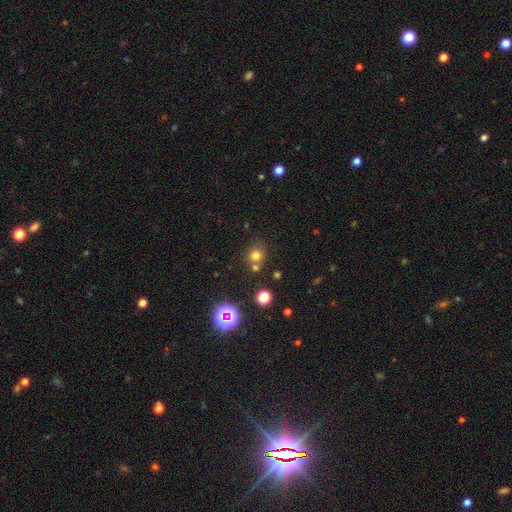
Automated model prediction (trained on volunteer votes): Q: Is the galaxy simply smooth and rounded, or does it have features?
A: smooth — 71%.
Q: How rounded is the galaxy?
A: round — 87%.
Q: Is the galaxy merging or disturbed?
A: none — 65%.